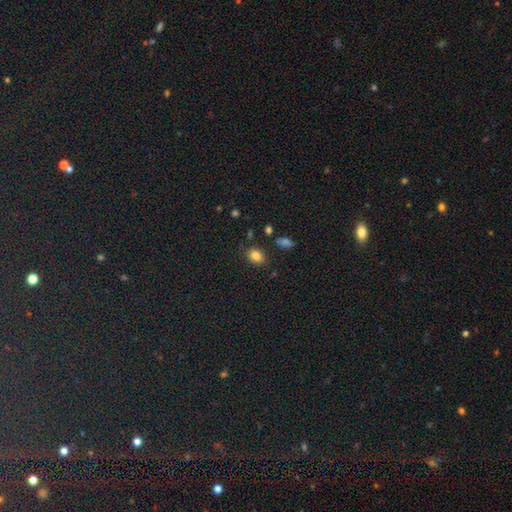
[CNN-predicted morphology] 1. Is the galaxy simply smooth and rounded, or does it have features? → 82% smooth, 11% star or artifact, 7% featured or disk.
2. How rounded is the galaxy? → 66% in between, 33% round, 1% cigar-shaped.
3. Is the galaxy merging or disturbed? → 80% none, 13% minor disturbance, 4% merger, 3% major disturbance.